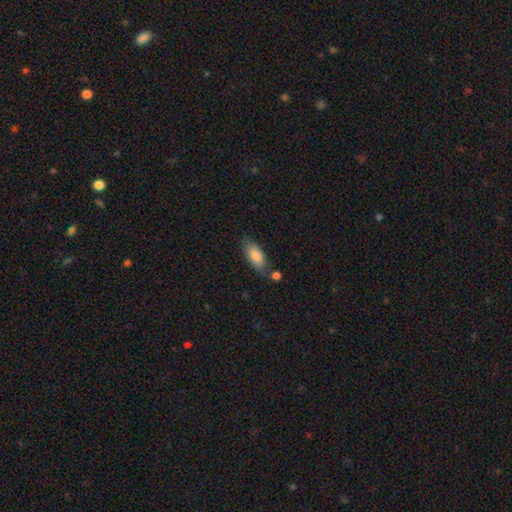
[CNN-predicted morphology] This appears to be a smooth galaxy with no disk features (82%) that is in between round and cigar-shaped (83%). Merging: none (69%).